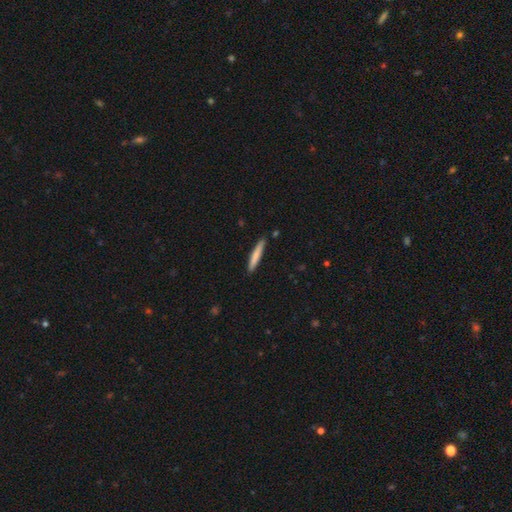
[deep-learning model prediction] This appears to be a smooth galaxy with no disk features (76%) that is cigar-shaped (94%). Merging: none (87%).